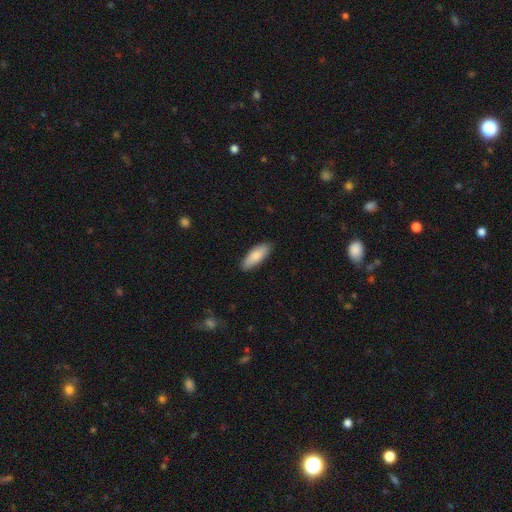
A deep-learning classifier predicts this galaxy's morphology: Smooth or featured: smooth — 85% (featured or disk — 10%)
How rounded: in between — 70% (cigar-shaped — 29%)
Merging: none — 86% (minor disturbance — 11%)